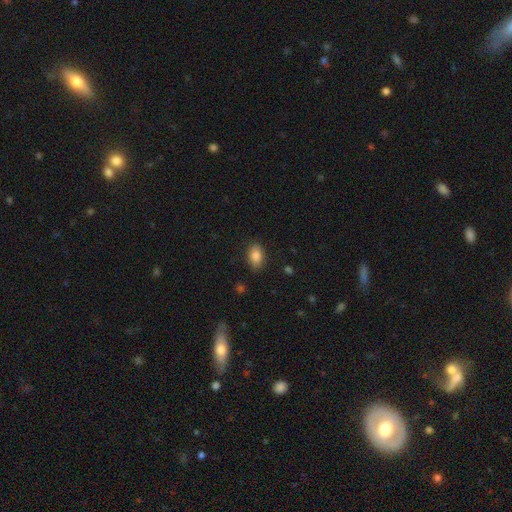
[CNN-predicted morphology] Smooth or featured? Predicted: smooth (p=0.86). How rounded? Predicted: in between (p=0.89). Merging? Predicted: none (p=0.85).